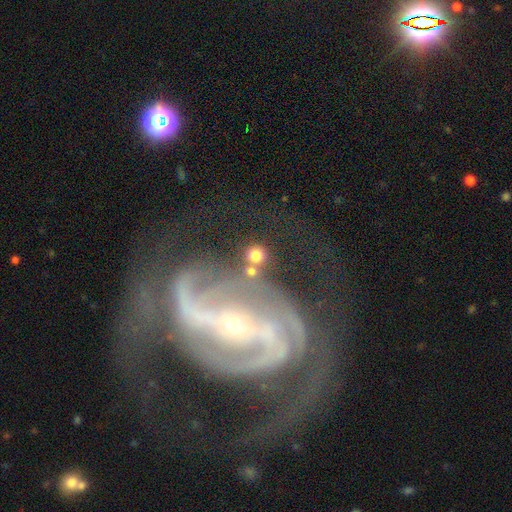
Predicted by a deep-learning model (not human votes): Overall: smooth (77%). How rounded: round (90%). Merging: none (70%).